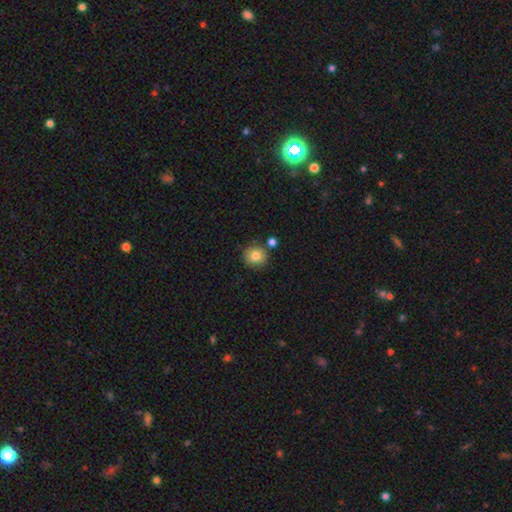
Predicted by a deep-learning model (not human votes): Smooth or featured?
  - smooth: 82% *
  - star or artifact: 10%
  - featured or disk: 8%
How rounded?
  - round: 90% *
  - in between: 9%
  - cigar-shaped: 1%
Merging?
  - none: 79% *
  - minor disturbance: 10%
  - merger: 9%
  - major disturbance: 2%